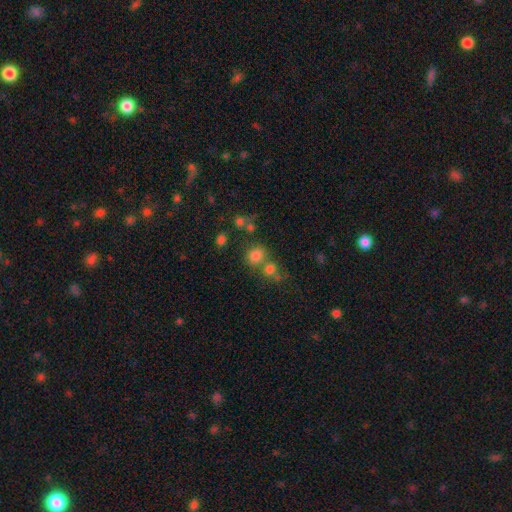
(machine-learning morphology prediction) smooth-or-featured: smooth: 76% | star or artifact: 16% | featured or disk: 7%
  how-rounded: round: 75% | in between: 24% | cigar-shaped: 1%
  merging: none: 59% | merger: 26% | minor disturbance: 10% | major disturbance: 5%